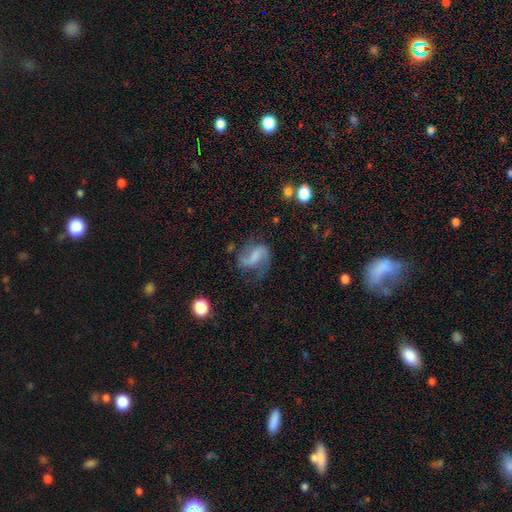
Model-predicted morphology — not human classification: featured or disk 79%, smooth 14%, star or artifact 7%. Down the decision tree: edge-on disk — no (98%); bar — weak (45%); spiral arms — yes (95%); spiral arm count — 2 (88%); spiral winding — medium (46%); bulge size — none (46%); merging — none (63%).